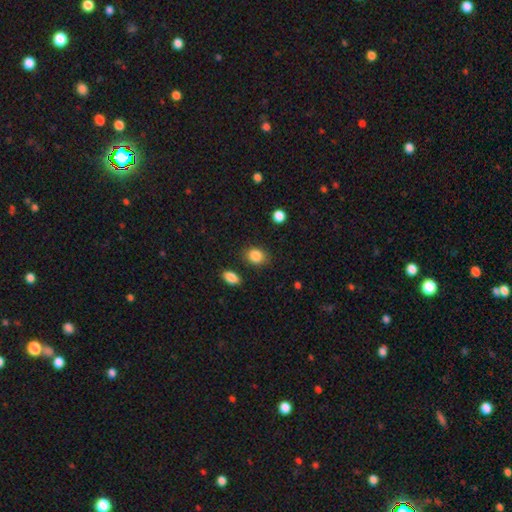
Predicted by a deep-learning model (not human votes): Smooth or featured? smooth (86%)
How rounded? in between (52%)
Merging? none (82%)